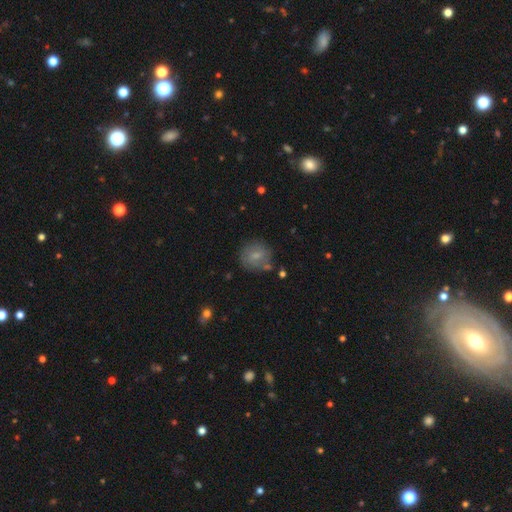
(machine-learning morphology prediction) Smooth or featured: smooth — 67% (featured or disk — 24%)
How rounded: round — 83% (in between — 16%)
Merging: none — 69% (minor disturbance — 19%)